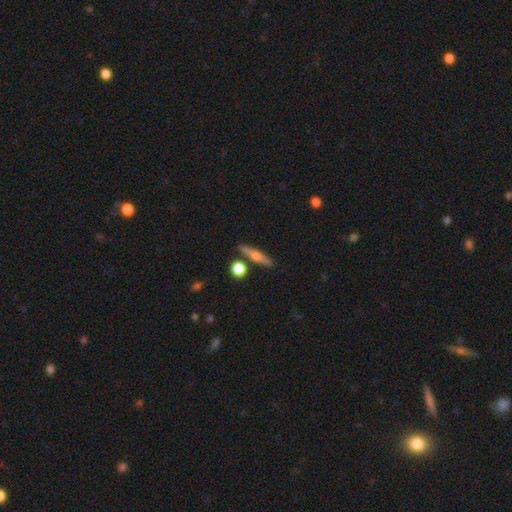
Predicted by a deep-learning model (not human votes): A smooth galaxy with no disk features (48%).

Vote fractions:
- Smooth or featured? smooth: 48% / featured or disk: 45% / star or artifact: 8%
- Merging? none: 82% / minor disturbance: 9% / merger: 7% / major disturbance: 2%